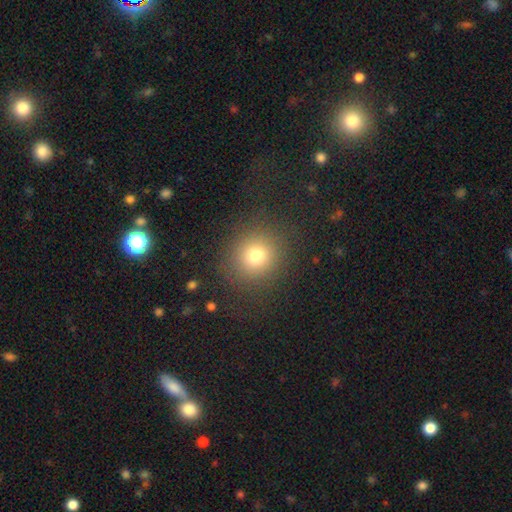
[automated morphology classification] This appears to be a smooth galaxy with no disk features (75%) that is round (89%). Merging: none (87%).